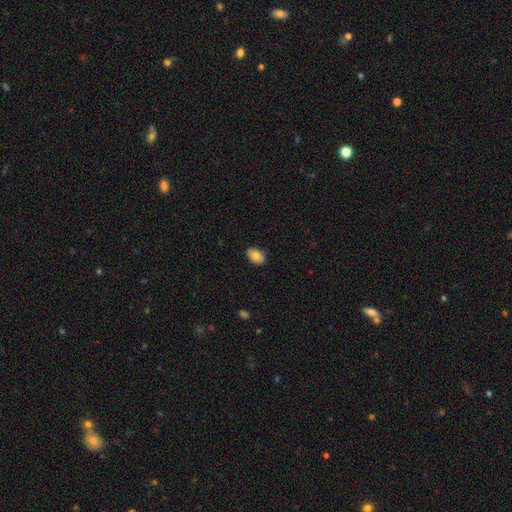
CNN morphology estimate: Overall: smooth (76%). How rounded: in between (84%). Merging: none (85%).